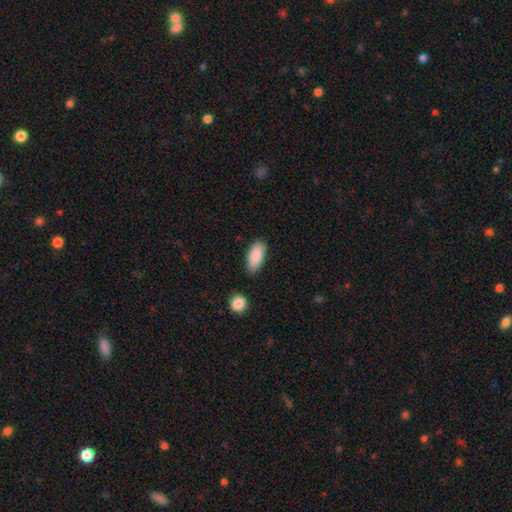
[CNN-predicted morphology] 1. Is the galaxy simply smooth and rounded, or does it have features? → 88% smooth, 6% star or artifact, 5% featured or disk.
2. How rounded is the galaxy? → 89% in between, 9% cigar-shaped, 2% round.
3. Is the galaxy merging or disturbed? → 83% none, 12% minor disturbance, 3% merger, 2% major disturbance.